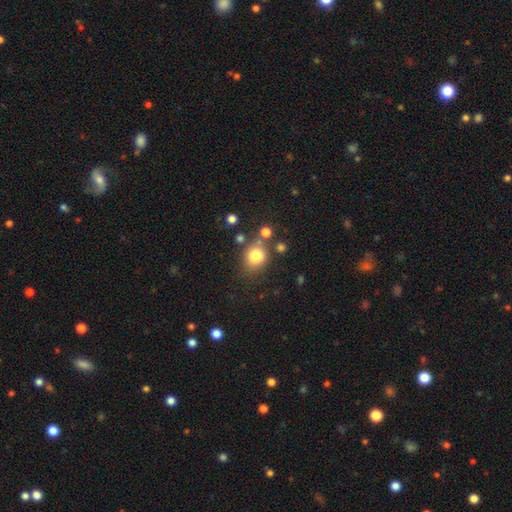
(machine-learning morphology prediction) Q: Smooth or featured?
A: smooth (80%); runner-up: star or artifact (12%)
Q: How rounded?
A: round (70%); runner-up: in between (29%)
Q: Merging?
A: none (65%); runner-up: minor disturbance (16%)